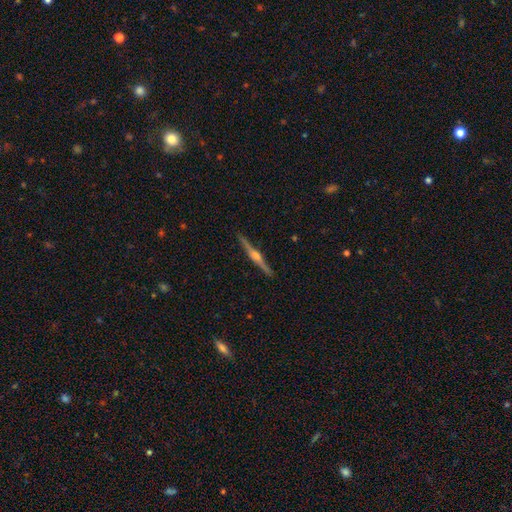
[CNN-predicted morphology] Smooth or featured? Predicted: featured or disk (p=0.85). Edge-on disk? Predicted: yes (p=0.99). Edge-on bulge? Predicted: rounded (p=0.91). Merging? Predicted: none (p=0.92).